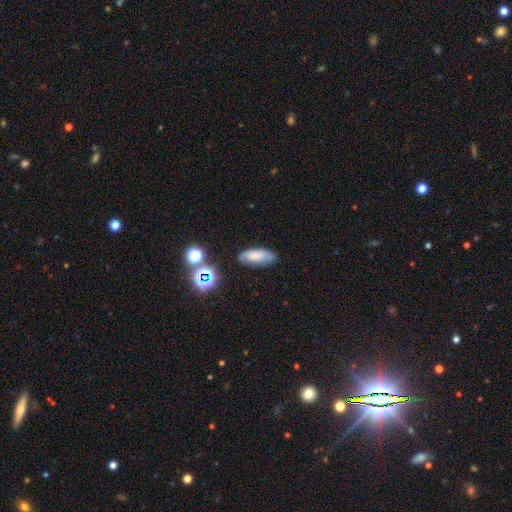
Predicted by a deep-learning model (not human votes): Overall: smooth (61%; featured or disk 27%). How rounded: in between (79%). Merging: none (74%).